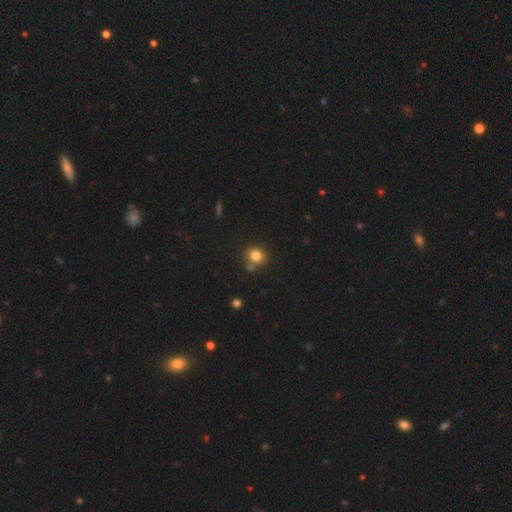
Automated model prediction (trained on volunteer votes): Q: Smooth or featured?
A: smooth (79%); runner-up: star or artifact (13%)
Q: How rounded?
A: round (77%); runner-up: in between (22%)
Q: Merging?
A: none (69%); runner-up: merger (17%)